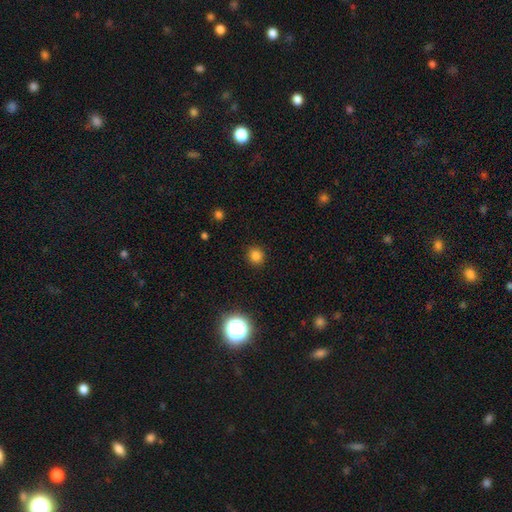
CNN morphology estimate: Overall: smooth (81%). How rounded: round (89%). Merging: none (91%).